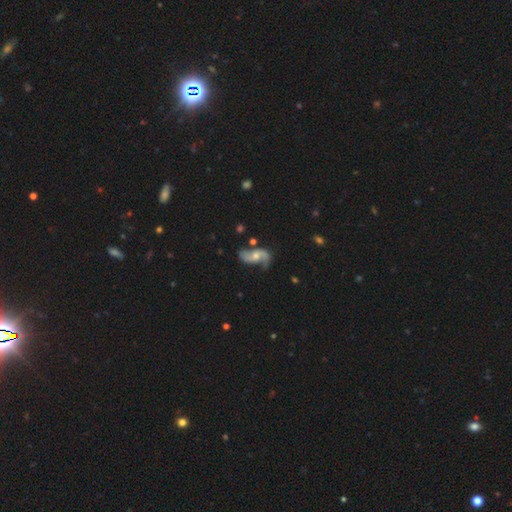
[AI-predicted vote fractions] A featured or disk galaxy (80%) with no bar (60%), 2 (86%) loose (68%) spiral arms (93%) and a moderate central bulge (51%). Merging: none (58%).